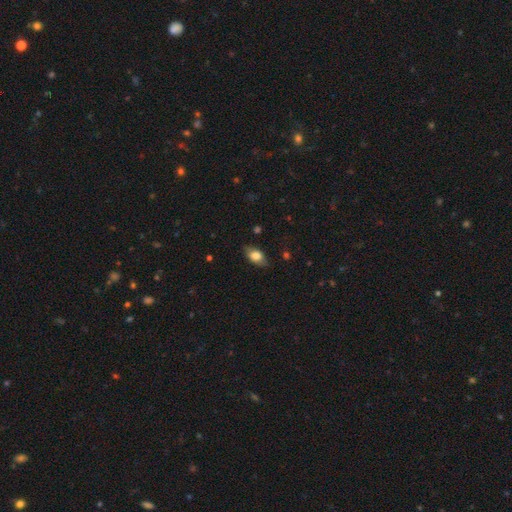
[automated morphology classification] smooth 77%, featured or disk 16%, star or artifact 7%. Down the decision tree: how rounded — in between (88%); merging — none (78%).